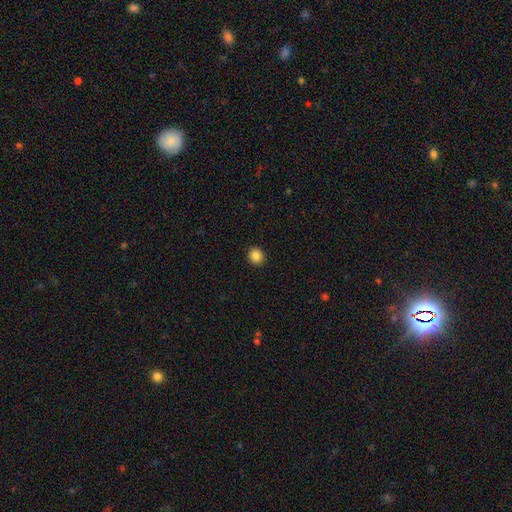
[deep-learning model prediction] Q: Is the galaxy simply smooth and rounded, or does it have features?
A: smooth — 86%.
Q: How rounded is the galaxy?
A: round — 81%.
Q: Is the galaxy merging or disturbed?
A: none — 92%.